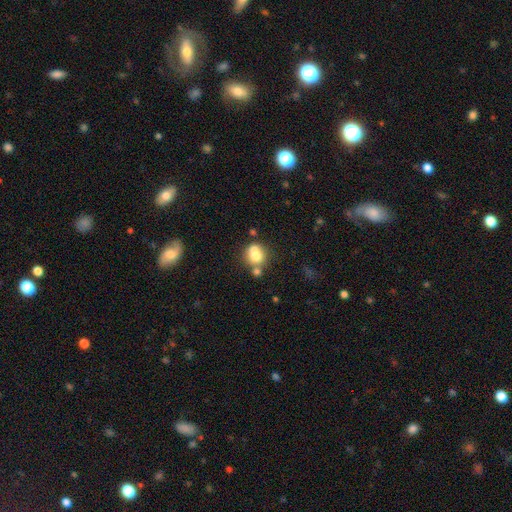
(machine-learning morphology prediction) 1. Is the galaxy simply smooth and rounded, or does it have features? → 69% smooth, 20% featured or disk, 11% star or artifact.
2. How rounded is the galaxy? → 82% round, 17% in between, 1% cigar-shaped.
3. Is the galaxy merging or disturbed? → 44% merger, 41% none, 10% minor disturbance, 5% major disturbance.